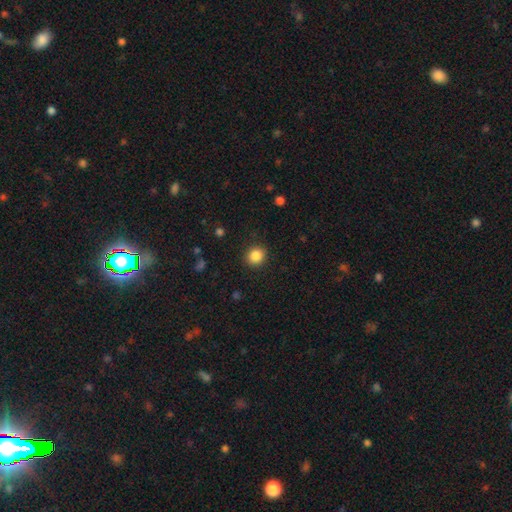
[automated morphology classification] The model was most divided on "how rounded": round: 81%, in between: 18%, cigar-shaped: 1%. More confident: merging — none (90%); smooth or featured — smooth (86%).